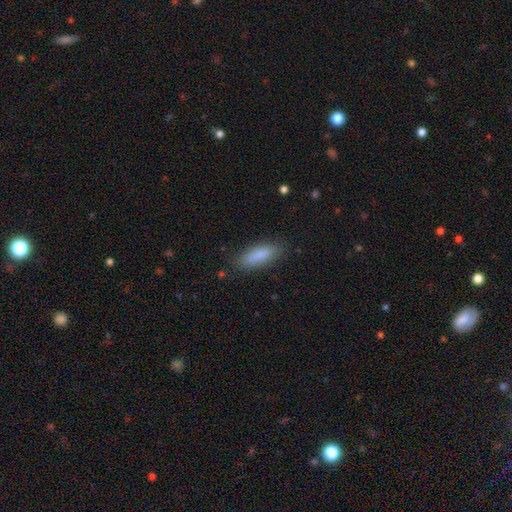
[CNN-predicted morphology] The model was most divided on "how rounded": in between: 58%, cigar-shaped: 40%, round: 2%. More confident: smooth or featured — smooth (86%); merging — none (85%).